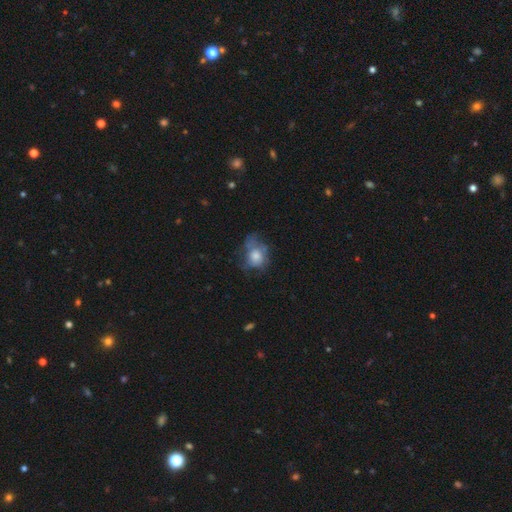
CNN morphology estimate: Smooth or featured: smooth — 56% (featured or disk — 33%)
How rounded: in between — 50% (round — 49%)
Merging: none — 42% (minor disturbance — 28%)